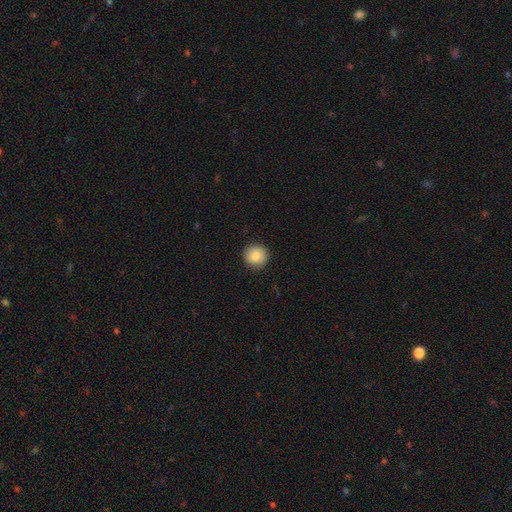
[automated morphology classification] smooth_or_featured: smooth (p=0.85) [alt: star or artifact p=0.08]
how_rounded: round (p=0.93) [alt: in between p=0.06]
merging: none (p=0.90) [alt: minor disturbance p=0.07]